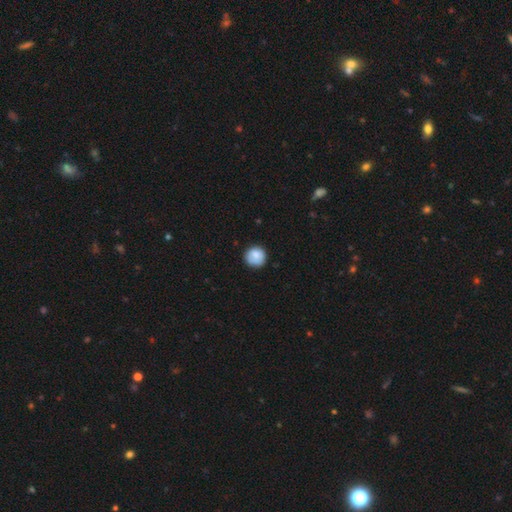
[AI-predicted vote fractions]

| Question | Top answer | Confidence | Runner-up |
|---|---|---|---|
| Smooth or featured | smooth | 84% | featured or disk (8%) |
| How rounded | round | 93% | in between (6%) |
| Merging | none | 82% | minor disturbance (14%) |